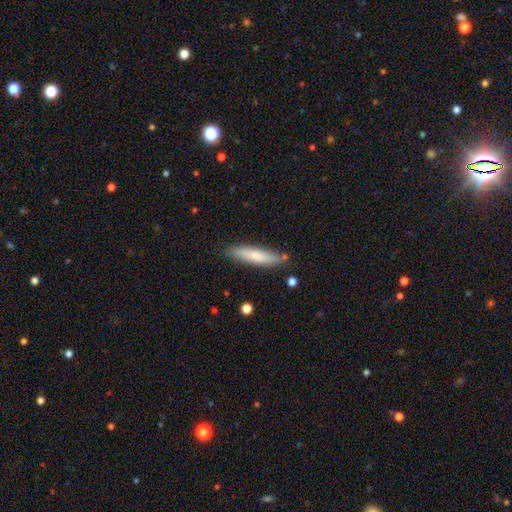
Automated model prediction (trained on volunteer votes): Smooth or featured: smooth — 74% (featured or disk — 20%)
How rounded: cigar-shaped — 85% (in between — 14%)
Merging: none — 83% (minor disturbance — 12%)